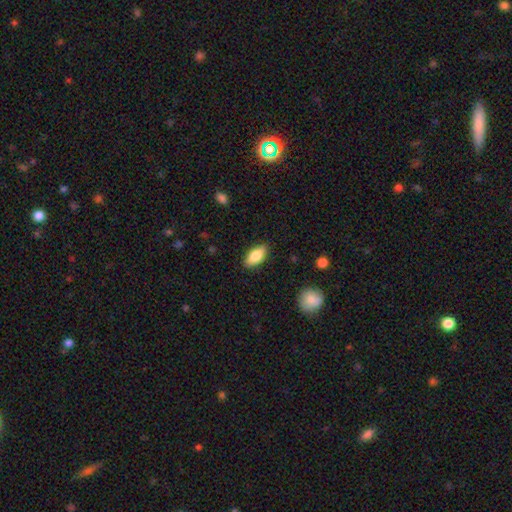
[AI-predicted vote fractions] The model was most divided on "smooth or featured": smooth: 81%, featured or disk: 13%, star or artifact: 6%. More confident: merging — none (88%); how rounded — in between (87%).